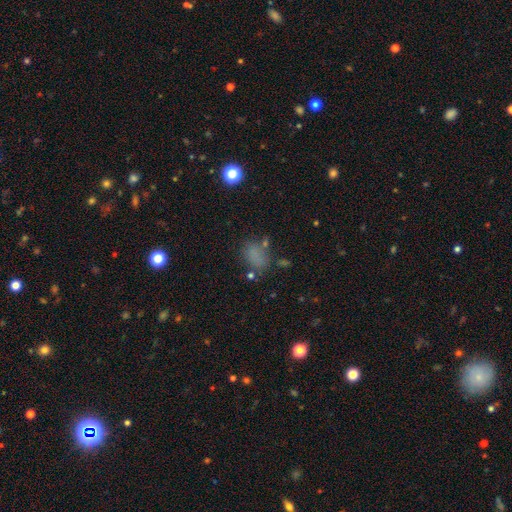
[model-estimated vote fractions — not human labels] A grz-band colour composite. It shows a smooth galaxy with no disk features (69%) that is in between round and cigar-shaped (76%). Merging: none (61%).